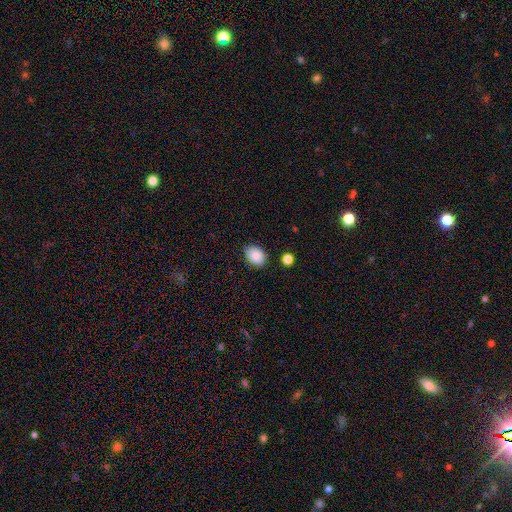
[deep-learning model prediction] Smooth or featured? Predicted: smooth (p=0.87). How rounded? Predicted: in between (p=0.65). Merging? Predicted: none (p=0.86).